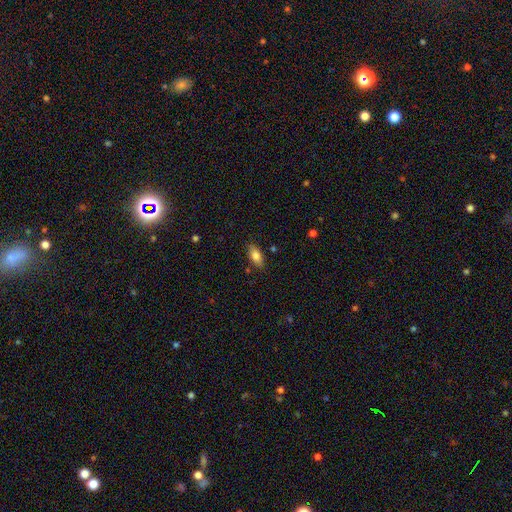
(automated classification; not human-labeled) A smooth galaxy with no disk features (80%) that is in between round and cigar-shaped (87%). Merging: none (83%).